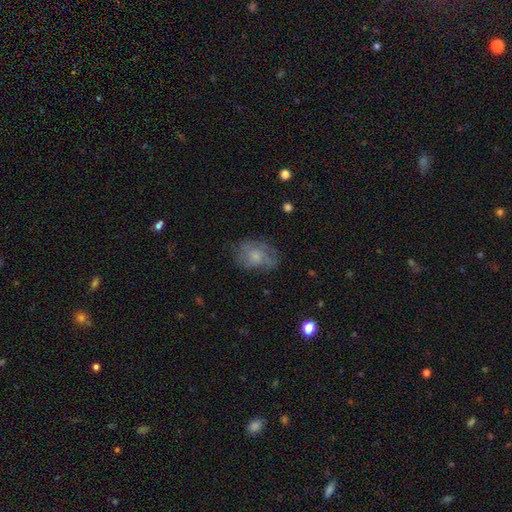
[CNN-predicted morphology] A smooth galaxy with no disk features (51%) that is in between round and cigar-shaped (73%).

Vote fractions:
- Smooth or featured? smooth: 51% / featured or disk: 39% / star or artifact: 10%
- How rounded? in between: 73% / round: 25% / cigar-shaped: 2%
- Merging? none: 58% / minor disturbance: 25% / major disturbance: 15% / merger: 2%